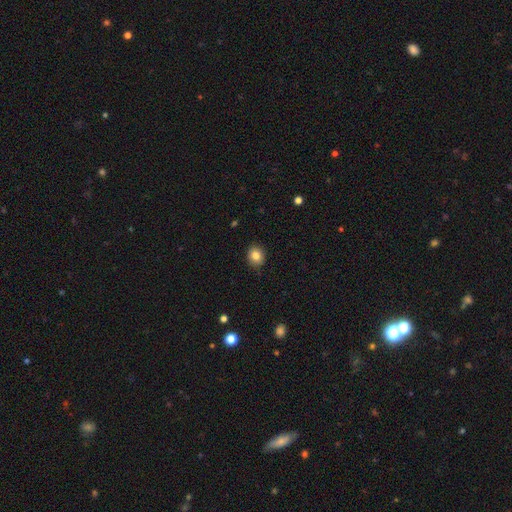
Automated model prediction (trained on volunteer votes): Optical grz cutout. It shows a smooth galaxy with no disk features (84%) that is round (64%). Merging: none (89%).